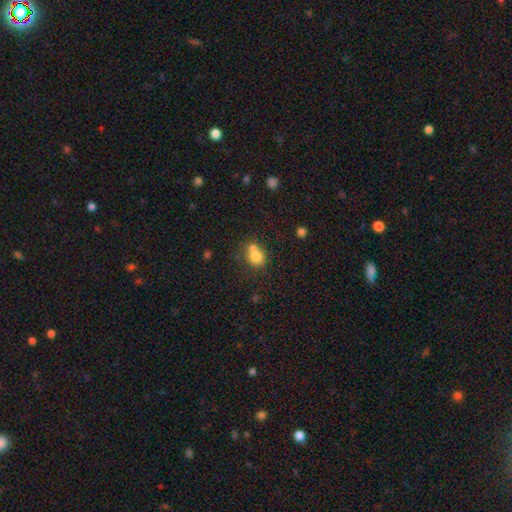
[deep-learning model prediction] The model was most divided on "merging": merger: 48%, none: 38%, minor disturbance: 10%, major disturbance: 4%. More confident: smooth or featured — smooth (76%); how rounded — round (70%).